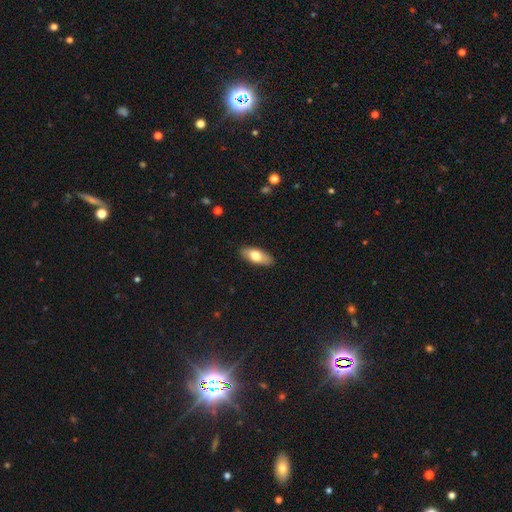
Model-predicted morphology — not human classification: Q: Smooth or featured?
A: smooth (73%); runner-up: featured or disk (21%)
Q: How rounded?
A: in between (81%); runner-up: cigar-shaped (16%)
Q: Merging?
A: none (88%); runner-up: minor disturbance (9%)